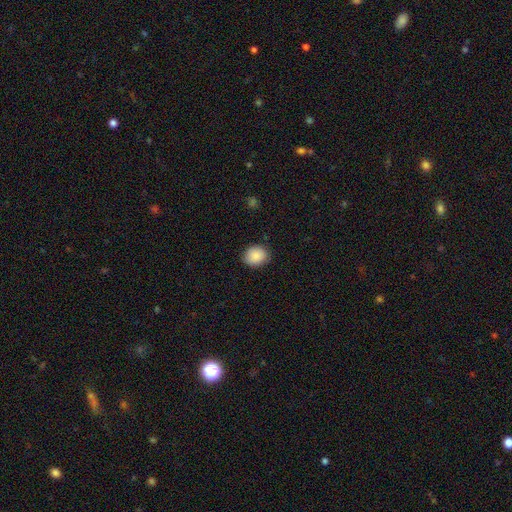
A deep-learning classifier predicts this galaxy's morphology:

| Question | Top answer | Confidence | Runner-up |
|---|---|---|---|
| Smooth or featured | smooth | 88% | star or artifact (8%) |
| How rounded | round | 66% | in between (33%) |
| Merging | none | 85% | minor disturbance (11%) |